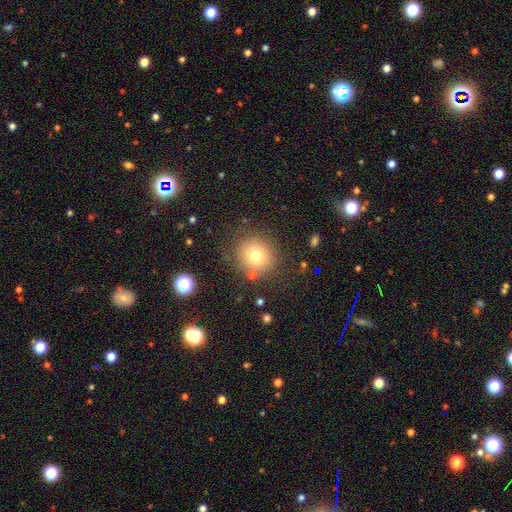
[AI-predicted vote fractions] smooth-or-featured: smooth: 75% | star or artifact: 14% | featured or disk: 11%
  how-rounded: round: 88% | in between: 12% | cigar-shaped: 1%
  merging: none: 81% | minor disturbance: 10% | merger: 5% | major disturbance: 4%